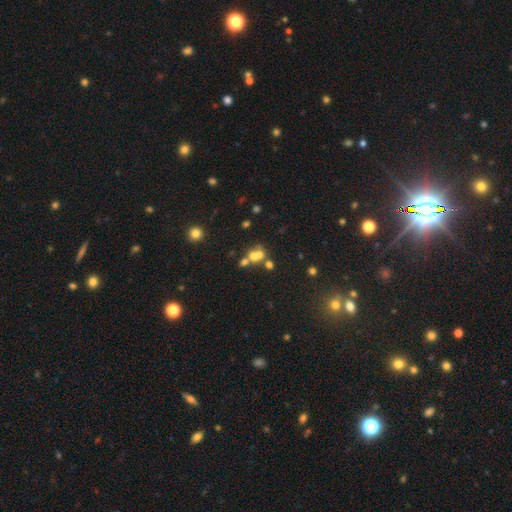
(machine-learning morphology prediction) Overall: smooth (54%; featured or disk 26%). How rounded: round (70%). Merging: merger (57%; none 31%).